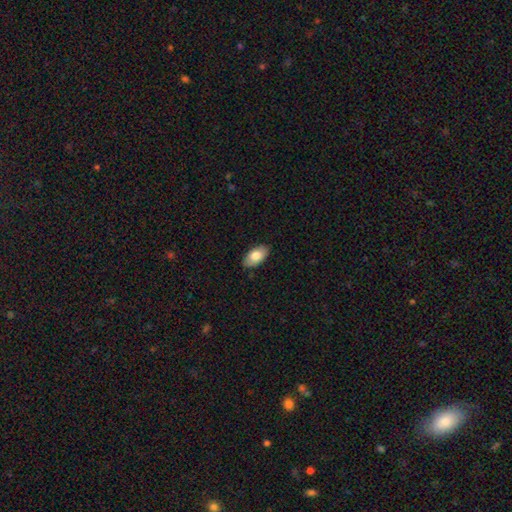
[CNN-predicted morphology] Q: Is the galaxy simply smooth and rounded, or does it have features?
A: smooth — 80%.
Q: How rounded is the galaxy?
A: in between — 94%.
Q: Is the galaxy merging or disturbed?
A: none — 85%.